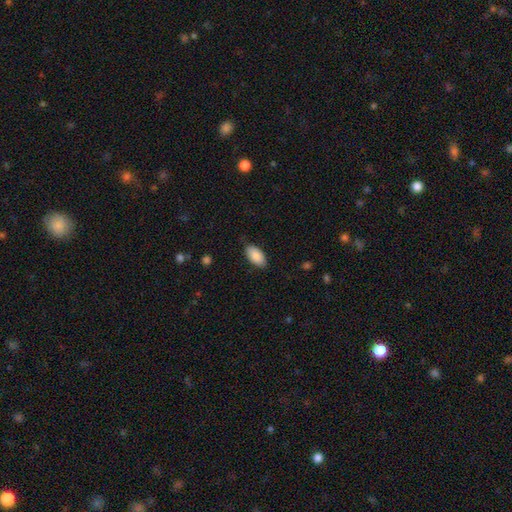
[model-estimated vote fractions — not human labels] A smooth galaxy with no disk features (89%) that is in between round and cigar-shaped (94%). Merging: none (83%).